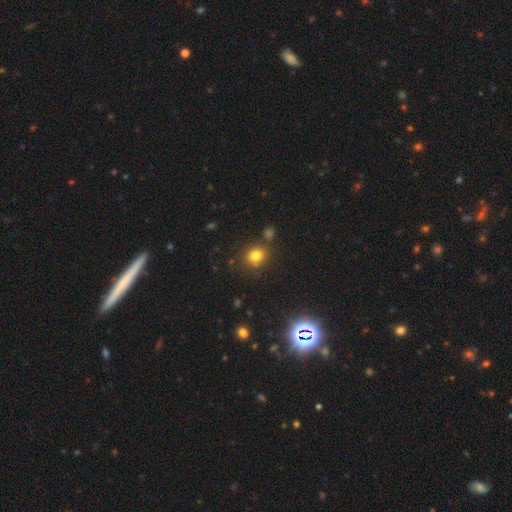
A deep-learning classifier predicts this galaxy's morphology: Smooth or featured? smooth (77%)
How rounded? round (70%)
Merging? none (75%)